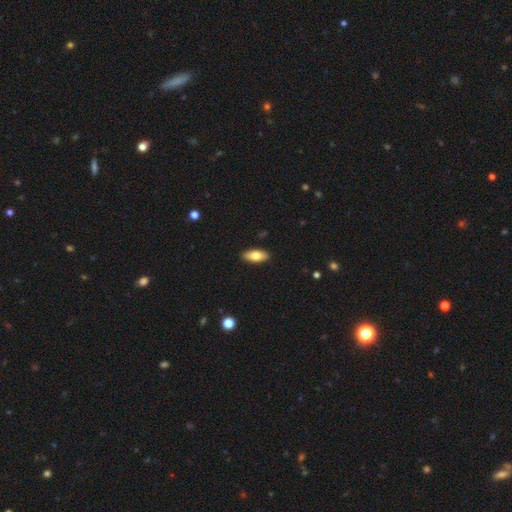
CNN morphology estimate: Smooth or featured?
  - smooth: 76% *
  - featured or disk: 18%
  - star or artifact: 6%
How rounded?
  - in between: 82% *
  - cigar-shaped: 16%
  - round: 2%
Merging?
  - none: 90% *
  - minor disturbance: 8%
  - major disturbance: 2%
  - merger: 1%